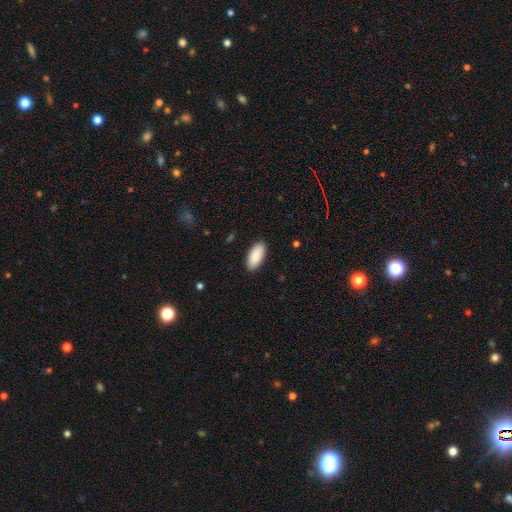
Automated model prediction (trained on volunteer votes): The model was most divided on "merging": none: 89%, minor disturbance: 8%, major disturbance: 2%, merger: 1%. More confident: how rounded — in between (91%); smooth or featured — smooth (91%).